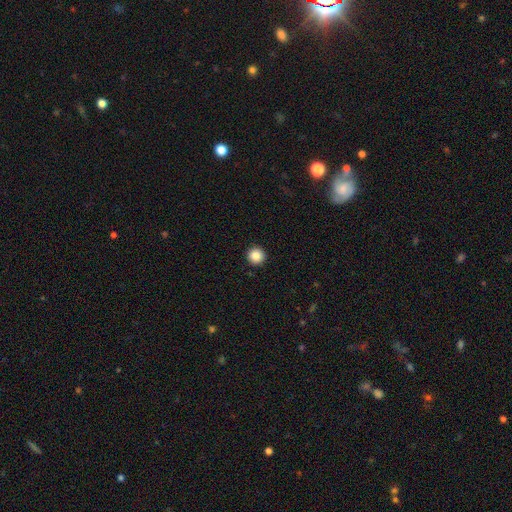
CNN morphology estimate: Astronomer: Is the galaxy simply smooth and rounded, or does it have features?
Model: smooth — 88%.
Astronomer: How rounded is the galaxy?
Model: round — 96%.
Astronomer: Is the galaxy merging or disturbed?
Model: none — 93%.